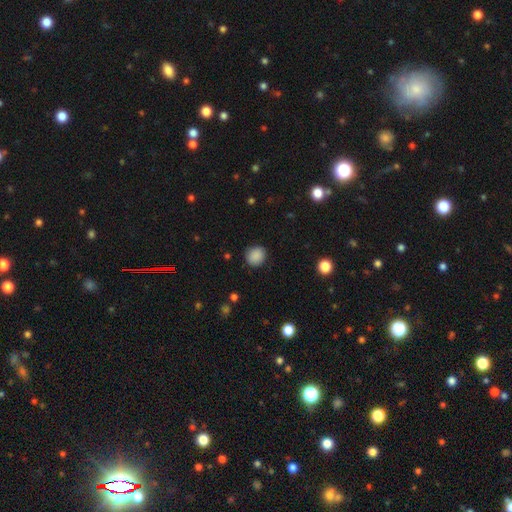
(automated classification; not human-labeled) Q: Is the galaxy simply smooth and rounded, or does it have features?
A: smooth — 88%.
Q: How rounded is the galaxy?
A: round — 82%.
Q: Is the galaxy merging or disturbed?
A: none — 87%.